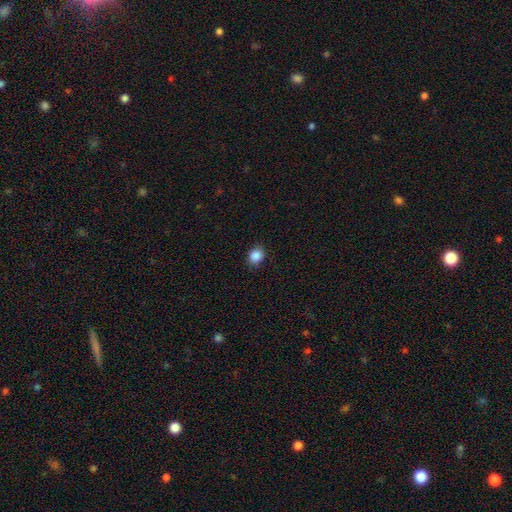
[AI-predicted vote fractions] Smooth or featured: smooth — 87% (star or artifact — 9%)
How rounded: round — 59% (in between — 40%)
Merging: none — 86% (minor disturbance — 11%)